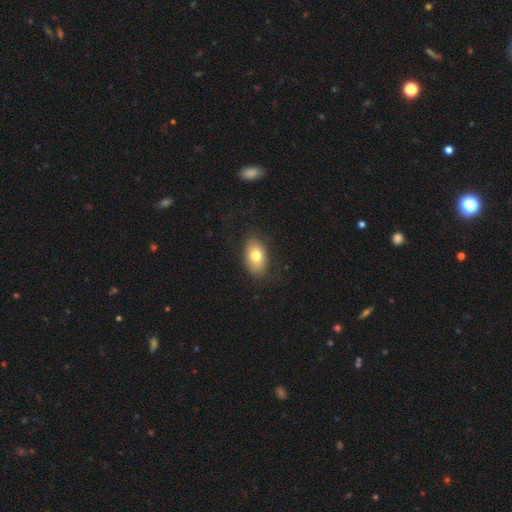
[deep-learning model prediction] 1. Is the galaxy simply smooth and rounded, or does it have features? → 76% smooth, 16% featured or disk, 8% star or artifact.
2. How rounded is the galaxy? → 88% in between, 10% round, 2% cigar-shaped.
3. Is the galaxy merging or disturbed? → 81% none, 14% minor disturbance, 4% major disturbance, 1% merger.